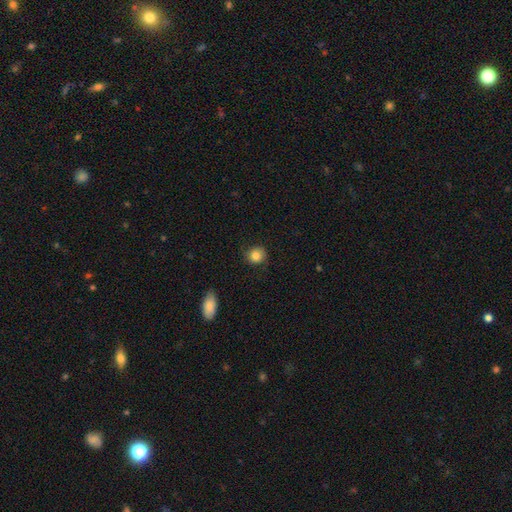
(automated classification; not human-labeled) Q: Smooth or featured?
A: smooth (84%); runner-up: star or artifact (8%)
Q: How rounded?
A: round (84%); runner-up: in between (15%)
Q: Merging?
A: none (76%); runner-up: minor disturbance (18%)